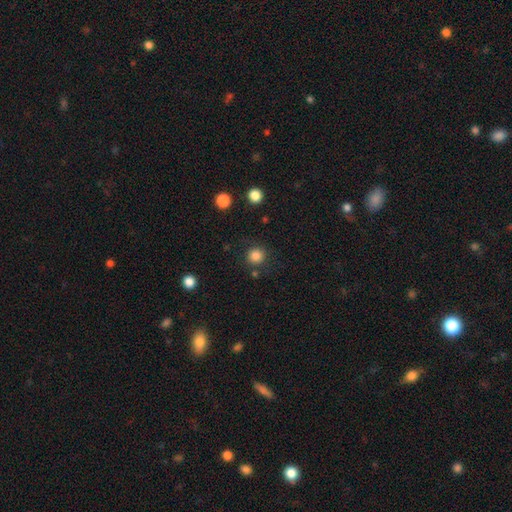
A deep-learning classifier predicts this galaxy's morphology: This appears to be a smooth galaxy with no disk features (84%) that is round (93%). Merging: none (84%).